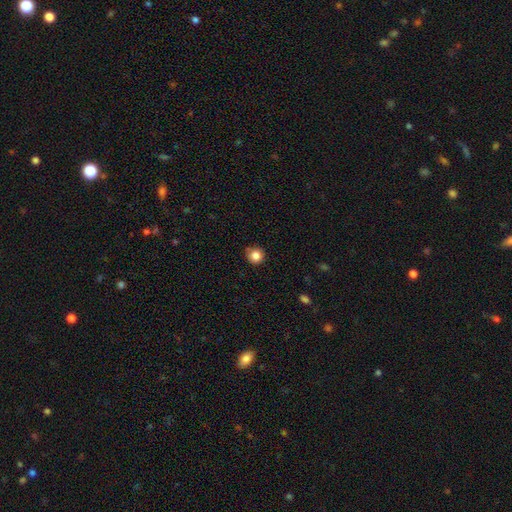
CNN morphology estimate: This appears to be a smooth galaxy with no disk features (84%) that is round (93%). Merging: none (82%).